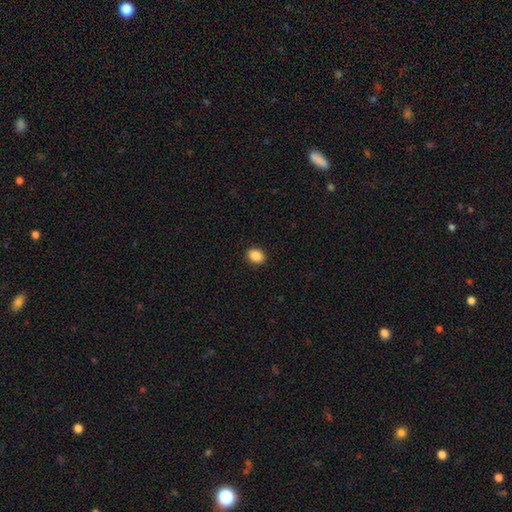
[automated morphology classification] A smooth galaxy with no disk features (89%) that is in between round and cigar-shaped (64%). Merging: none (91%).